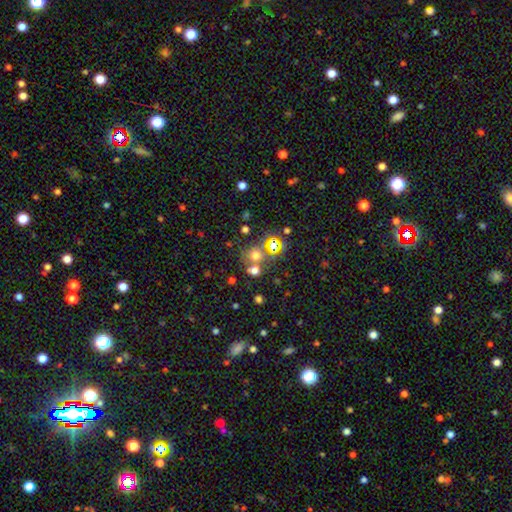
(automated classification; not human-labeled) This appears to be a smooth galaxy with no disk features (63%) that is round (81%). Merging: none (54%).